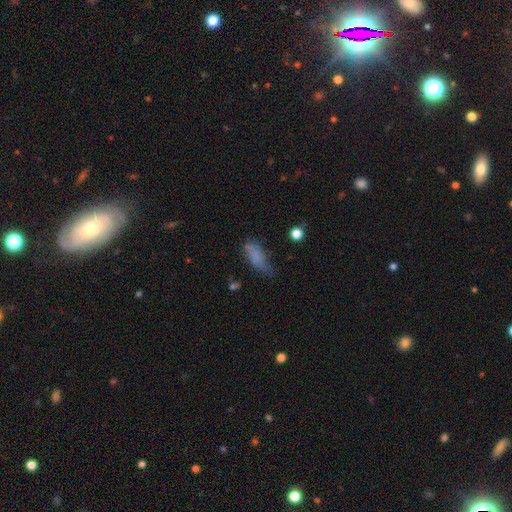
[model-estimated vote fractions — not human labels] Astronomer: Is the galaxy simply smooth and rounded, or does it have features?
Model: smooth — 74%.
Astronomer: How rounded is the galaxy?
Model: in between — 68%.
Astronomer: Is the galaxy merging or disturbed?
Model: none — 43% (runner-up: minor disturbance, 37%).